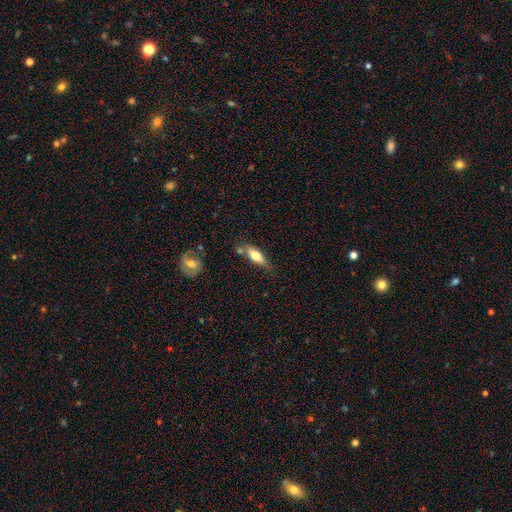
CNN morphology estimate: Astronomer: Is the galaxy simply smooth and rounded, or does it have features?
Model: smooth — 65%.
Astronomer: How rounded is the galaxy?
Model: in between — 66%.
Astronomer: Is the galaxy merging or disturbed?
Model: none — 58%.